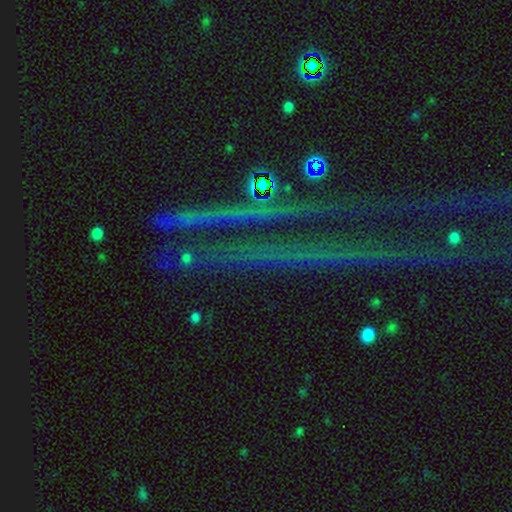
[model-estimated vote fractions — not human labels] smooth_or_featured: star or artifact (p=0.78) [alt: featured or disk p=0.13]